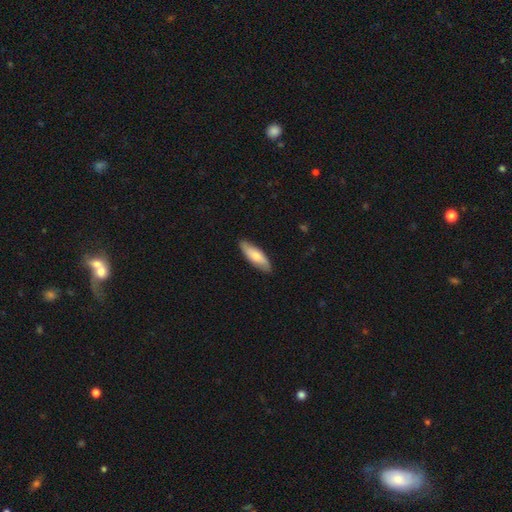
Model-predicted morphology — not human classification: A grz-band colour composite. It shows a smooth galaxy with no disk features (69%) that is in between round and cigar-shaped (54%). Merging: none (86%).